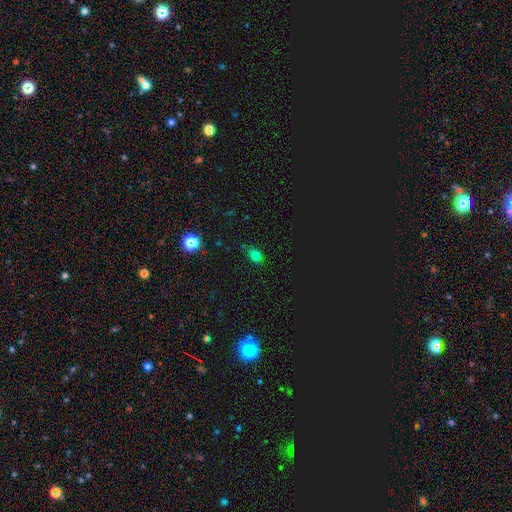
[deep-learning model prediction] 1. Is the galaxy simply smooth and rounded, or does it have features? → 70% smooth, 24% star or artifact, 5% featured or disk.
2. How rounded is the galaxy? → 66% in between, 32% round, 2% cigar-shaped.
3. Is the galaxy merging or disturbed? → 74% none, 20% minor disturbance, 4% major disturbance, 3% merger.